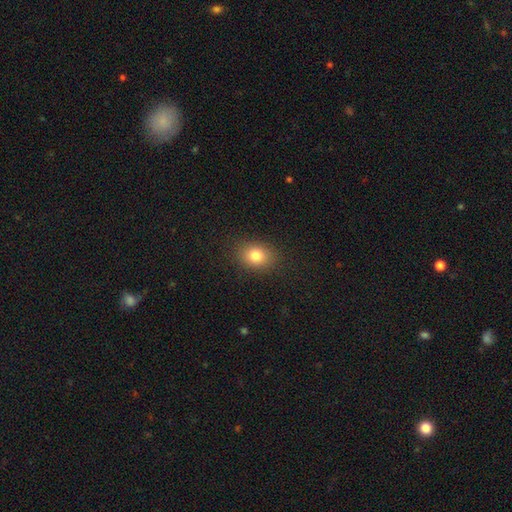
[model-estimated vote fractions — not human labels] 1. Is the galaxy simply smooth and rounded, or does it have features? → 81% smooth, 11% star or artifact, 8% featured or disk.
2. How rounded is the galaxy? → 57% in between, 42% round, 1% cigar-shaped.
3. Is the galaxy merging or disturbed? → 87% none, 9% minor disturbance, 3% major disturbance, 1% merger.